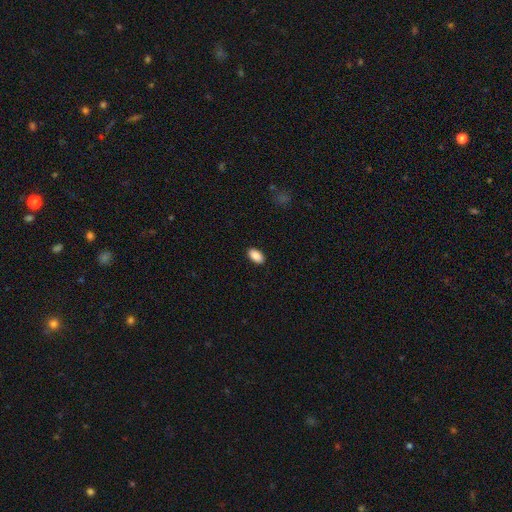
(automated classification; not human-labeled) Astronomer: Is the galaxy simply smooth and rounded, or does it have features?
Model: smooth — 90%.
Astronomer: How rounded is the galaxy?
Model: in between — 94%.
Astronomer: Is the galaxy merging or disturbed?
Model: none — 90%.